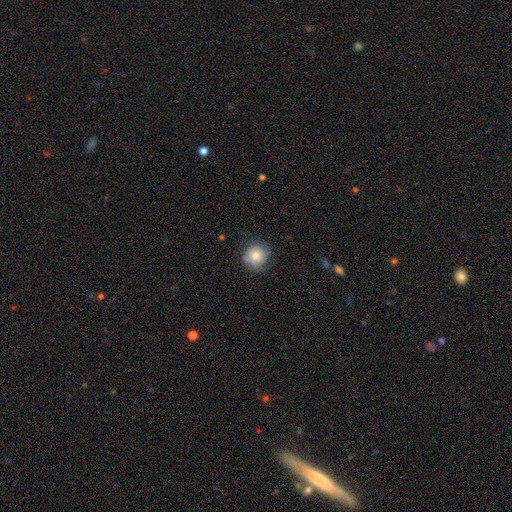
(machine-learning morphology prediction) A smooth galaxy with no disk features (76%) that is round (88%).

Vote fractions:
- Smooth or featured? smooth: 76% / featured or disk: 15% / star or artifact: 8%
- How rounded? round: 88% / in between: 11% / cigar-shaped: 1%
- Merging? none: 73% / minor disturbance: 20% / major disturbance: 5% / merger: 1%